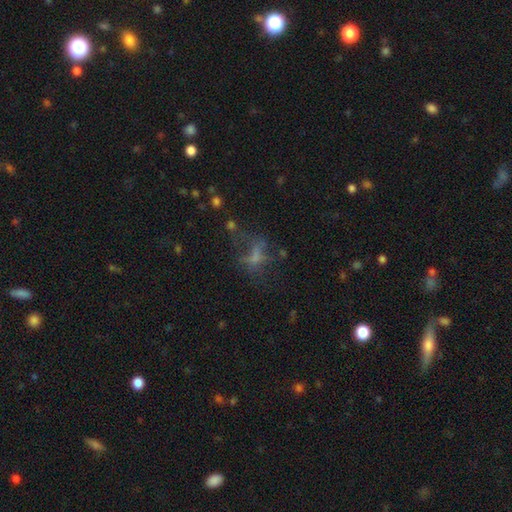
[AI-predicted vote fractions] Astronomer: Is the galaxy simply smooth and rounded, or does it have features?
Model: smooth — 37% (runner-up: featured or disk, 34%).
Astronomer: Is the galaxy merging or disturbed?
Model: major disturbance — 39% (runner-up: none, 38%).